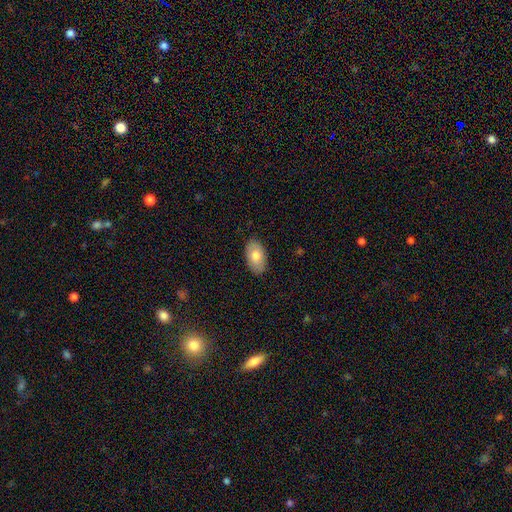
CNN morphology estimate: Smooth or featured? smooth (76%)
How rounded? in between (94%)
Merging? none (86%)